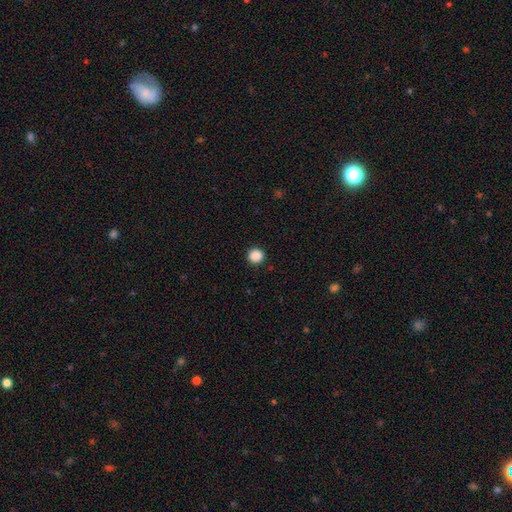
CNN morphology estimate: Smooth or featured? smooth (88%)
How rounded? round (92%)
Merging? none (92%)